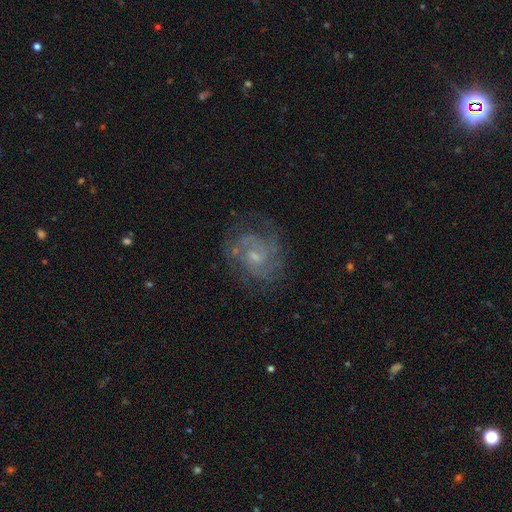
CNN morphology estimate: smooth-or-featured: featured or disk: 76% | smooth: 16% | star or artifact: 9%
  disk-edge-on: no: 98% | yes: 2%
    bar: no: 59% | weak: 37% | strong: 5%
    has-spiral-arms: yes: 86% | no: 14%
      spiral-winding: tight: 45% | medium: 42% | loose: 13%
      spiral-arm-count: 2: 38% | can't tell: 34% | 3: 15% | 4: 5% | 1: 5% | more than 4: 4%
    bulge-size: small: 57% | moderate: 34% | none: 7% | large: 2% | dominant: 1%
  merging: none: 66% | minor disturbance: 19% | major disturbance: 13% | merger: 2%